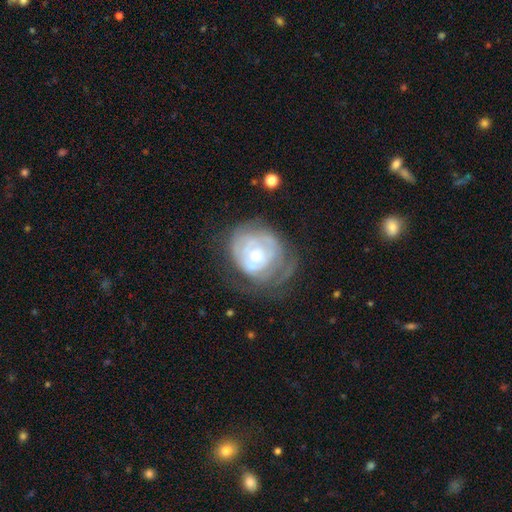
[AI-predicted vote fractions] Smooth or featured: featured or disk — 72% (smooth — 22%)
Edge-on disk: no — 97% (yes — 3%)
Bar: no — 77% (weak — 19%)
Spiral arms: yes — 68% (no — 32%)
Bulge size: moderate — 47% (small — 45%)
Merging: none — 47% (minor disturbance — 25%)